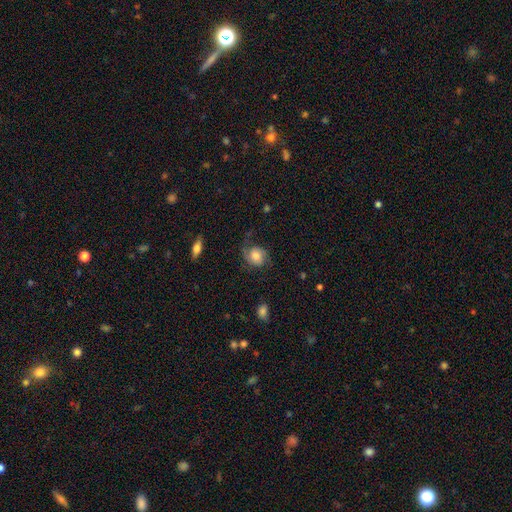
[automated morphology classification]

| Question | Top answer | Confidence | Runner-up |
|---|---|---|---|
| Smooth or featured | featured or disk | 55% | smooth (36%) |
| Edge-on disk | no | 97% | yes (3%) |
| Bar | no | 69% | weak (26%) |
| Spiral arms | yes | 92% | no (8%) |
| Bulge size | moderate | 38% | large (34%) |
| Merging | none | 59% | minor disturbance (22%) |